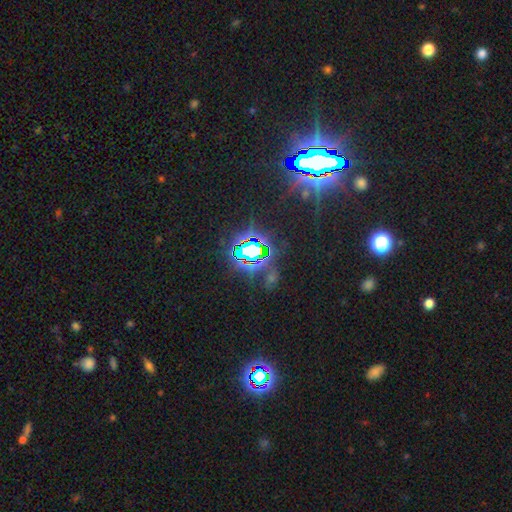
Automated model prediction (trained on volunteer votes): Smooth or featured: star or artifact — 79% (smooth — 11%)